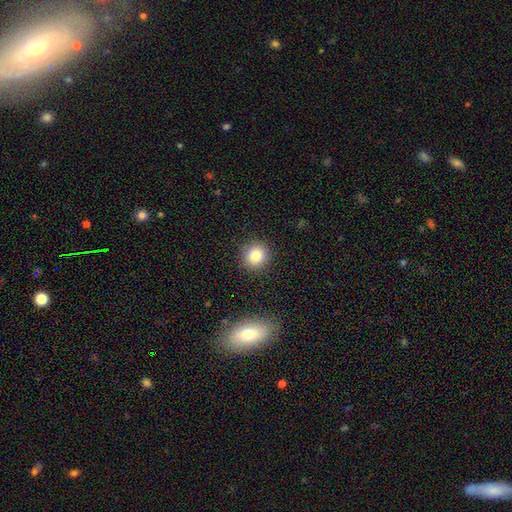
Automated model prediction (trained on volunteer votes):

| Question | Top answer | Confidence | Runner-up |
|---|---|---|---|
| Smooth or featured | smooth | 82% | star or artifact (11%) |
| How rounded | round | 93% | in between (6%) |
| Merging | none | 90% | minor disturbance (7%) |